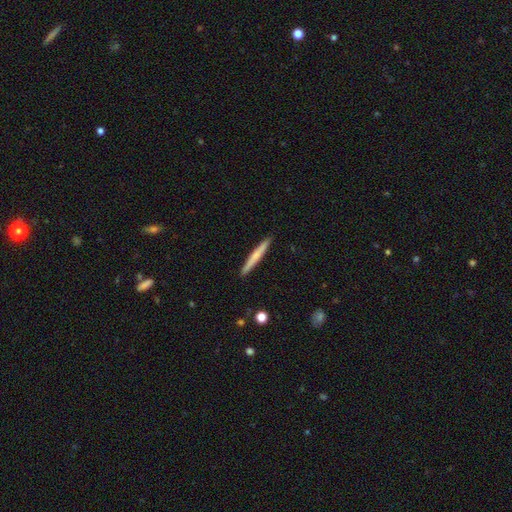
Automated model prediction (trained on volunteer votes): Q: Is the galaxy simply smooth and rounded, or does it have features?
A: smooth — 62%.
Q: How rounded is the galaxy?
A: cigar-shaped — 97%.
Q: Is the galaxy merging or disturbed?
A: none — 92%.